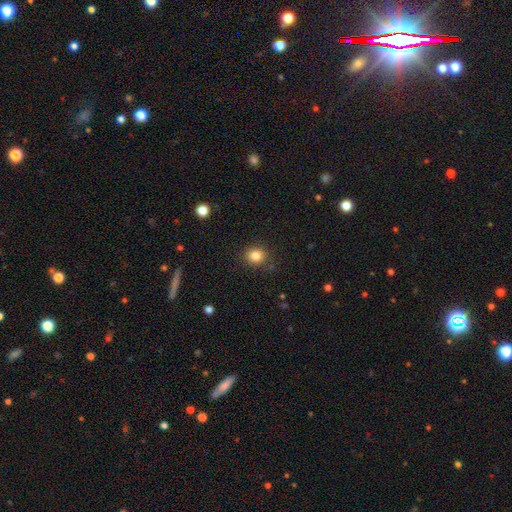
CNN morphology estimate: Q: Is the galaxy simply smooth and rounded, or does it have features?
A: smooth — 83%.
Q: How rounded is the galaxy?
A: round — 76%.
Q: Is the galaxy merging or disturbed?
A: none — 85%.